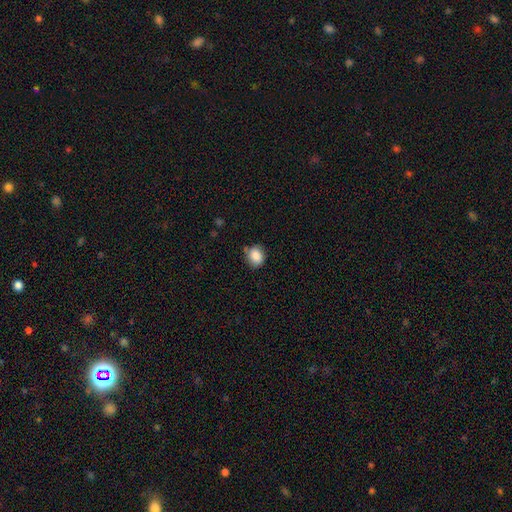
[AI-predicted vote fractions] The model was most divided on "how rounded": round: 65%, in between: 34%, cigar-shaped: 1%. More confident: smooth or featured — smooth (86%); merging — none (75%).